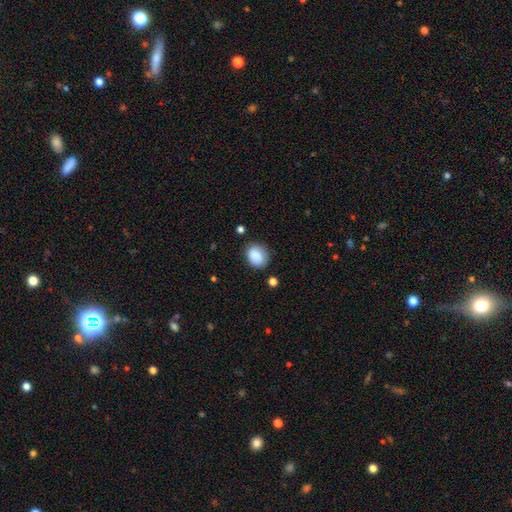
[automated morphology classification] Smooth or featured?
  - smooth: 86% *
  - star or artifact: 8%
  - featured or disk: 5%
How rounded?
  - round: 50% *
  - in between: 49%
  - cigar-shaped: 1%
Merging?
  - none: 70% *
  - minor disturbance: 22%
  - major disturbance: 6%
  - merger: 3%